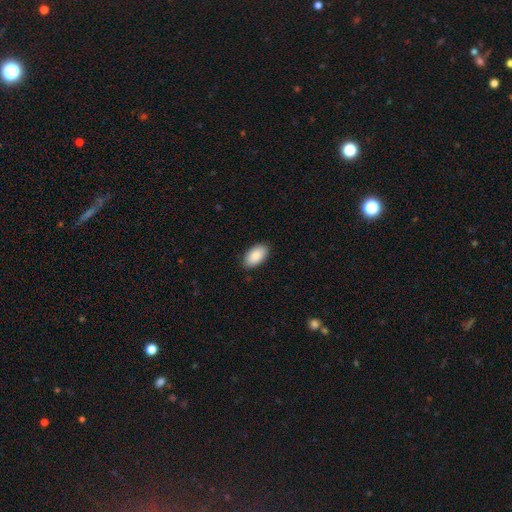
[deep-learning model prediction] Smooth or featured? Predicted: smooth (p=0.90). How rounded? Predicted: in between (p=0.96). Merging? Predicted: none (p=0.88).